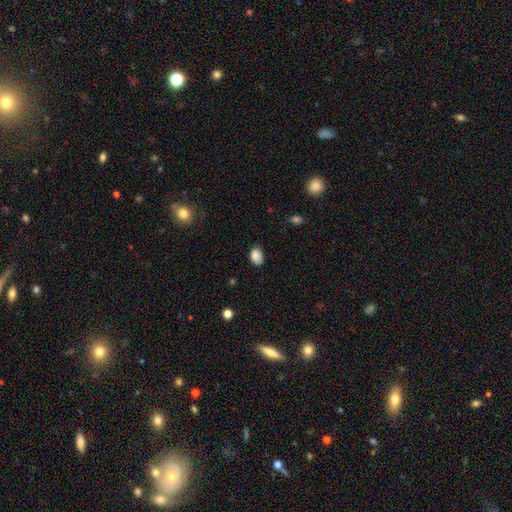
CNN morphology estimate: The model was most divided on "merging": none: 77%, minor disturbance: 19%, major disturbance: 3%, merger: 1%. More confident: smooth or featured — smooth (87%); how rounded — in between (84%).